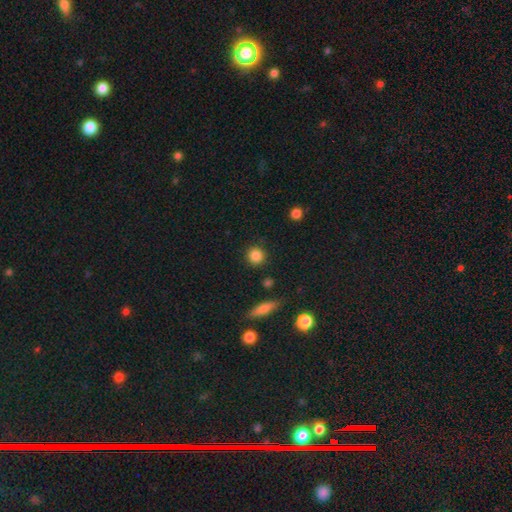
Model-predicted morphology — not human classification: A smooth galaxy with no disk features (86%) that is round (90%).

Vote fractions:
- Smooth or featured? smooth: 86% / star or artifact: 10% / featured or disk: 5%
- How rounded? round: 90% / in between: 8% / cigar-shaped: 1%
- Merging? none: 90% / minor disturbance: 6% / major disturbance: 2% / merger: 2%